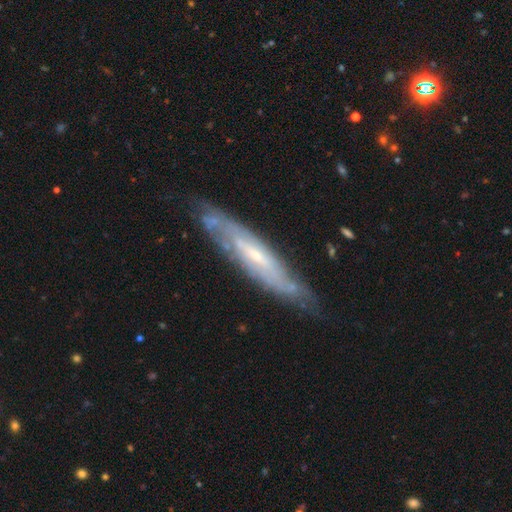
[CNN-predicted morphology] smooth-or-featured: featured or disk: 74% | smooth: 19% | star or artifact: 6%
  disk-edge-on: no: 51% | yes: 49%
  merging: none: 74% | minor disturbance: 19% | major disturbance: 5% | merger: 2%